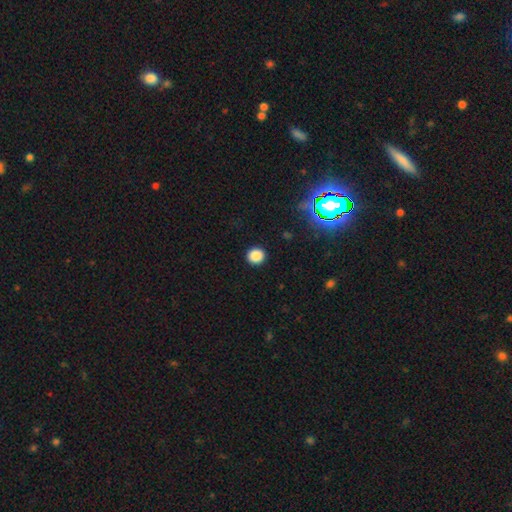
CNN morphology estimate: Overall: smooth (86%). How rounded: round (91%). Merging: none (92%).